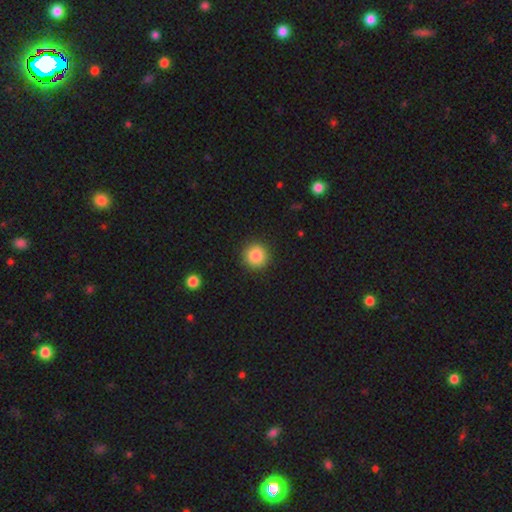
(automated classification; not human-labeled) Smooth or featured? smooth (86%)
How rounded? round (94%)
Merging? none (91%)